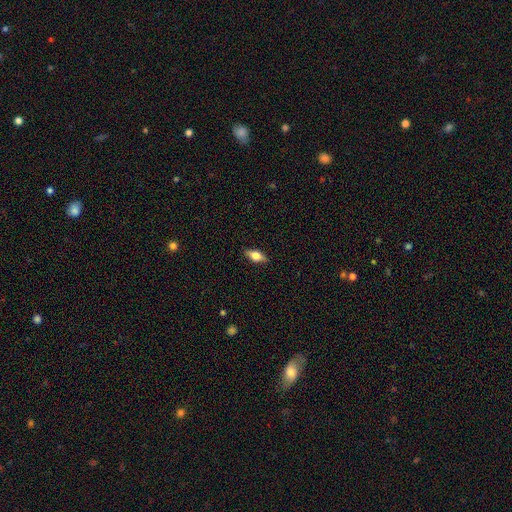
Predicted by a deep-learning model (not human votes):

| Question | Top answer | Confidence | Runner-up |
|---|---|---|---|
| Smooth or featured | smooth | 61% | featured or disk (31%) |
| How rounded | in between | 79% | cigar-shaped (16%) |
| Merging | none | 88% | minor disturbance (9%) |